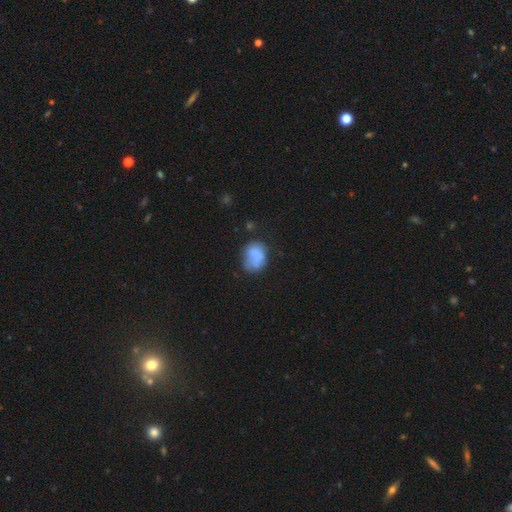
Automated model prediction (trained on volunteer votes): The model was most divided on "merging": none: 42%, minor disturbance: 29%, major disturbance: 16%, merger: 13%. More confident: smooth or featured — smooth (72%); how rounded — in between (63%).